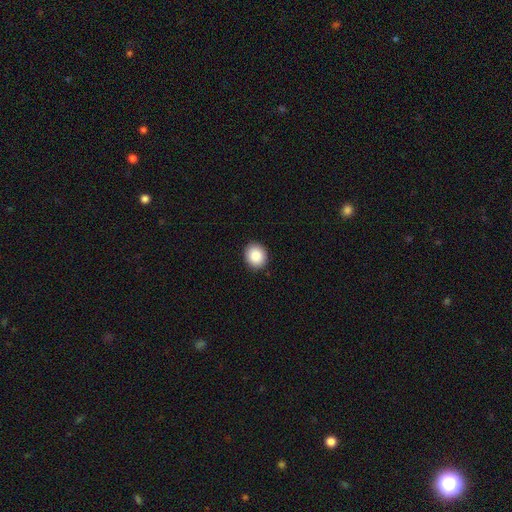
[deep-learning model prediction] Overall: smooth (87%). How rounded: round (68%; in between 31%). Merging: none (91%).